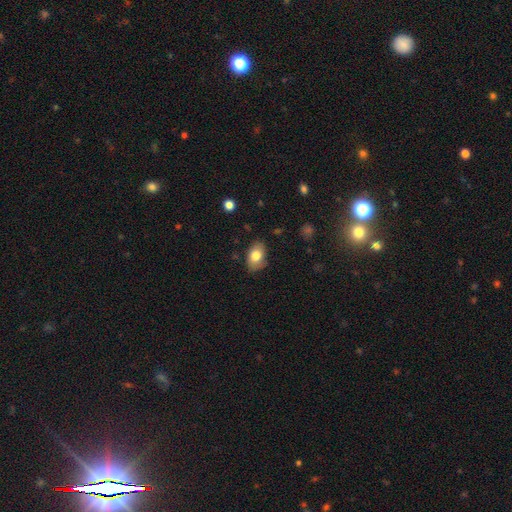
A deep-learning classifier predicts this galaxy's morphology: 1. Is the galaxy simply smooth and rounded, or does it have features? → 78% smooth, 14% featured or disk, 7% star or artifact.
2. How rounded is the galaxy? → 88% in between, 10% round, 1% cigar-shaped.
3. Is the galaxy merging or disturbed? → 79% none, 17% minor disturbance, 3% major disturbance, 1% merger.